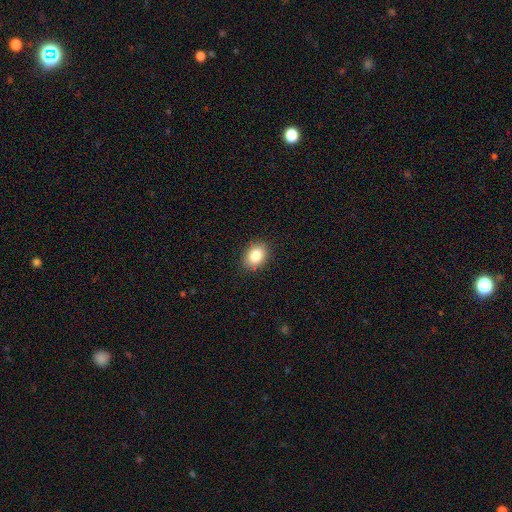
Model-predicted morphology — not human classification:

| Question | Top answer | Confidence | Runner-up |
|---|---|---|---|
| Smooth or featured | smooth | 84% | star or artifact (9%) |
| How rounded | in between | 73% | round (26%) |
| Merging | none | 88% | minor disturbance (9%) |